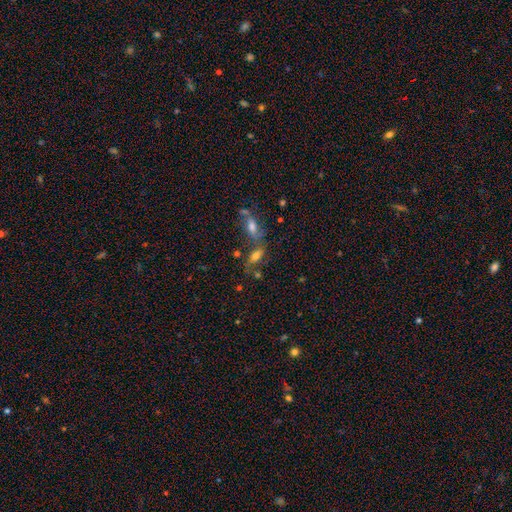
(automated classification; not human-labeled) smooth_or_featured: smooth (p=0.57) [alt: featured or disk p=0.26]
how_rounded: in between (p=0.72) [alt: cigar-shaped p=0.21]
merging: none (p=0.42) [alt: merger p=0.39]